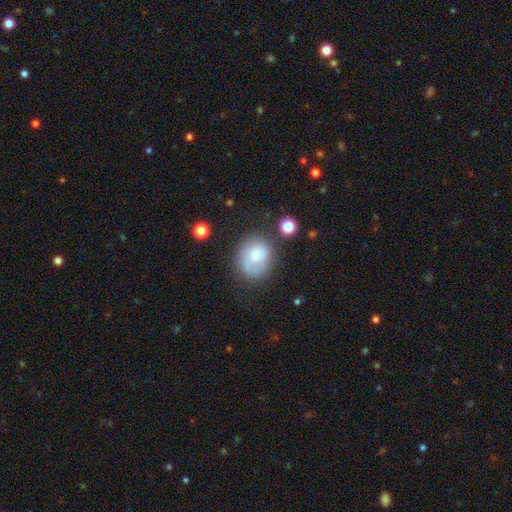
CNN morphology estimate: type=smooth (60%); roundness=round (68%); merging=none (59%).